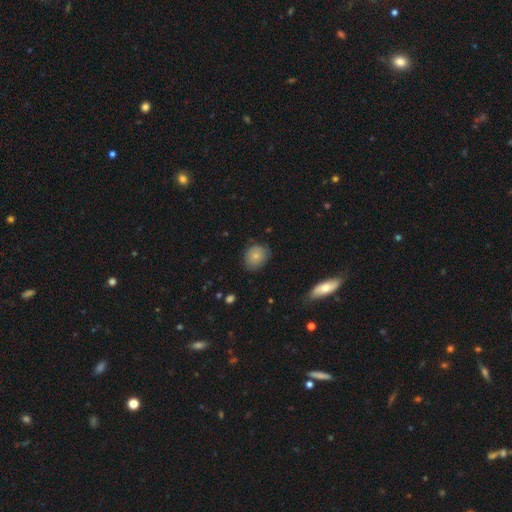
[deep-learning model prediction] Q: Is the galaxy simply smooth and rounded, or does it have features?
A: smooth — 78%.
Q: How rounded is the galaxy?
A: round — 63%.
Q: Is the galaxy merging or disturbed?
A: none — 77%.